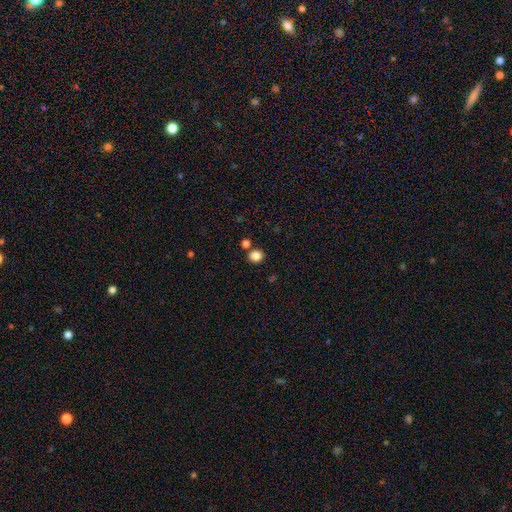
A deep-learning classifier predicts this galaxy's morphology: smooth-or-featured: smooth: 85% | star or artifact: 11% | featured or disk: 4%
  how-rounded: round: 81% | in between: 18% | cigar-shaped: 1%
  merging: none: 74% | merger: 15% | minor disturbance: 8% | major disturbance: 3%